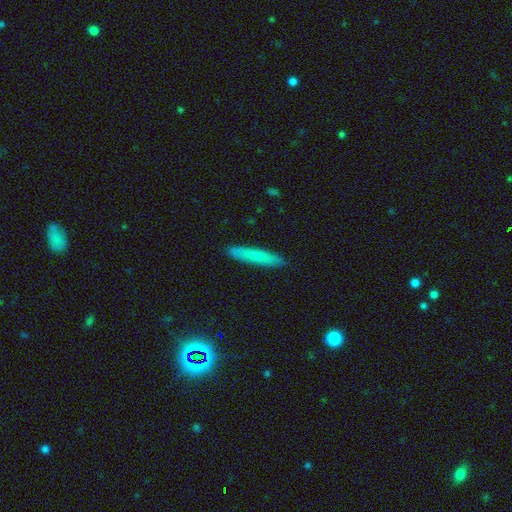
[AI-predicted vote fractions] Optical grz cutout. It shows a smooth galaxy with no disk features (71%) that is cigar-shaped (93%). Merging: none (90%).